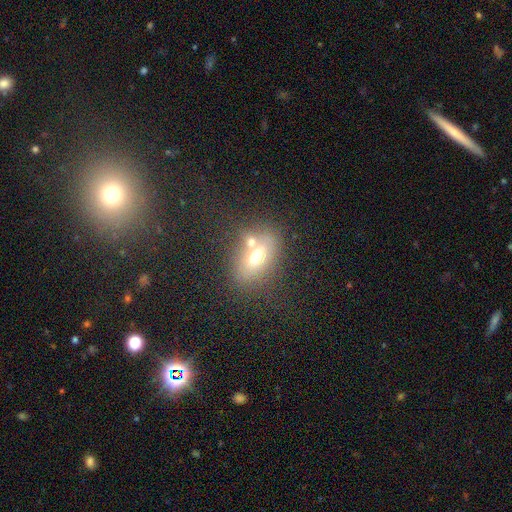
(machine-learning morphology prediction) Overall: smooth (61%; featured or disk 26%). How rounded: in between (77%). Merging: none (48%; merger 33%).